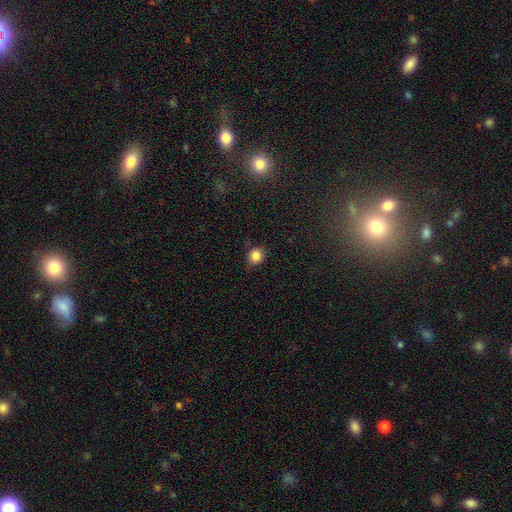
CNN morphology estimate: smooth 84%, star or artifact 11%, featured or disk 5%. Down the decision tree: how rounded — round (79%); merging — none (81%).